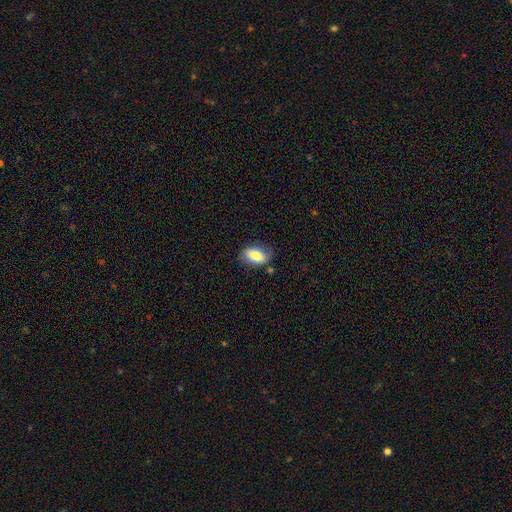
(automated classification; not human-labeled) Overall: smooth (75%). How rounded: in between (88%). Merging: none (67%).